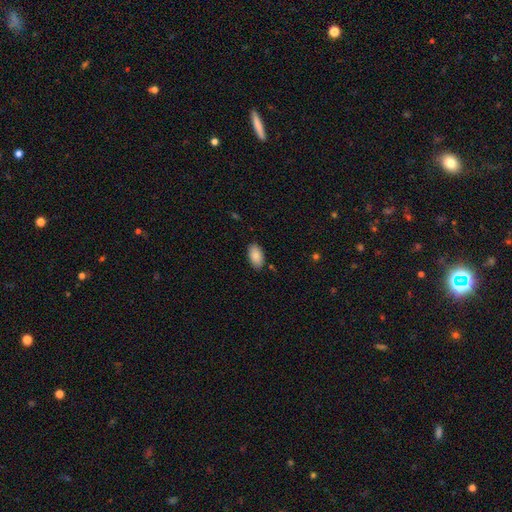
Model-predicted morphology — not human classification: The model was most divided on "merging": none: 85%, minor disturbance: 11%, major disturbance: 2%, merger: 2%. More confident: how rounded — in between (95%); smooth or featured — smooth (86%).